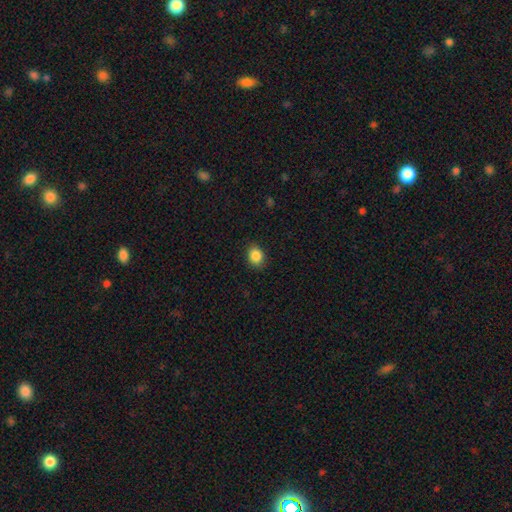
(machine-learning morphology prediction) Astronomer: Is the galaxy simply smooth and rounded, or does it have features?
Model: smooth — 87%.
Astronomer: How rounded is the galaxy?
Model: in between — 52% (runner-up: round, 47%).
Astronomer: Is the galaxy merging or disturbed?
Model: none — 88%.